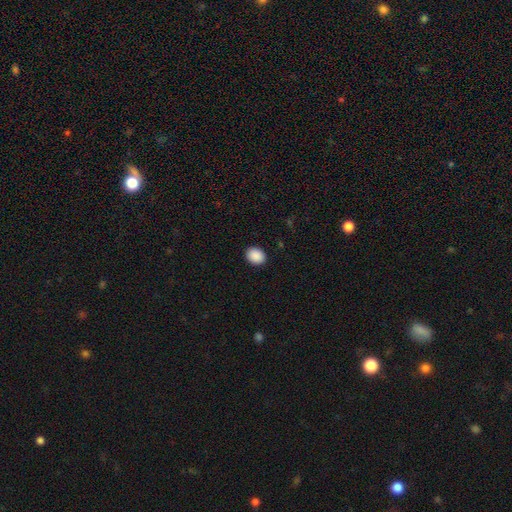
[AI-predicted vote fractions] smooth 90%, star or artifact 8%, featured or disk 2%. Down the decision tree: how rounded — round (50%); merging — none (91%).